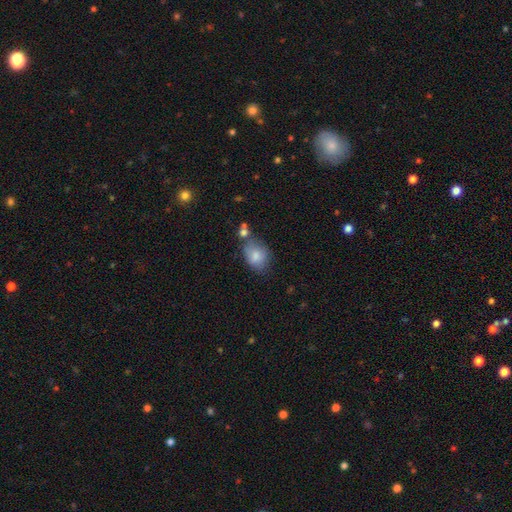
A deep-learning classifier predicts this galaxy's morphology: This appears to be a smooth galaxy with no disk features (81%) that is in between round and cigar-shaped (67%). Merging: none (53%).